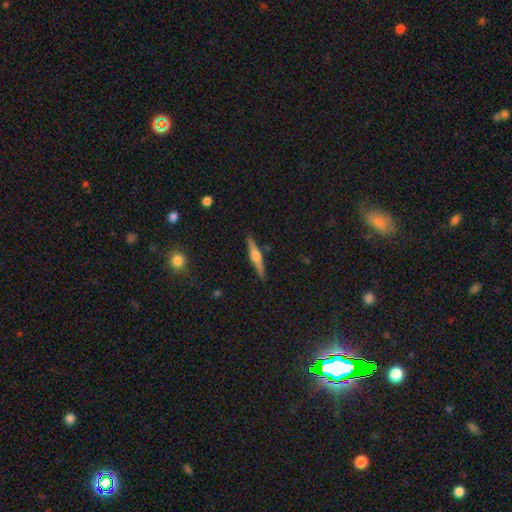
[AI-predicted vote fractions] Overall: featured or disk (67%). Edge-on disk: yes (98%). Edge-on bulge: rounded (85%). Merging: none (90%).